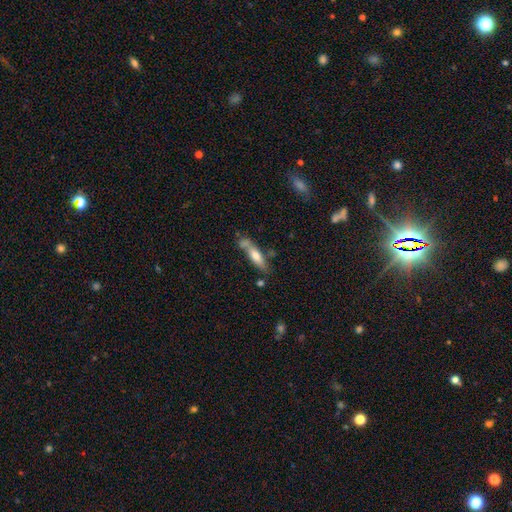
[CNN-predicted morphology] A smooth galaxy with no disk features (60%) that is cigar-shaped (67%). Merging: none (53%).